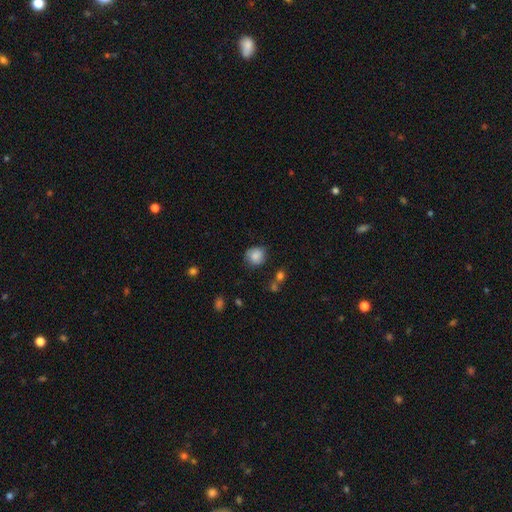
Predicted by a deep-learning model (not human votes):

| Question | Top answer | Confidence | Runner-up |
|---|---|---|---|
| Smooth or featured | smooth | 81% | featured or disk (10%) |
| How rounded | round | 81% | in between (18%) |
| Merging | none | 73% | minor disturbance (20%) |